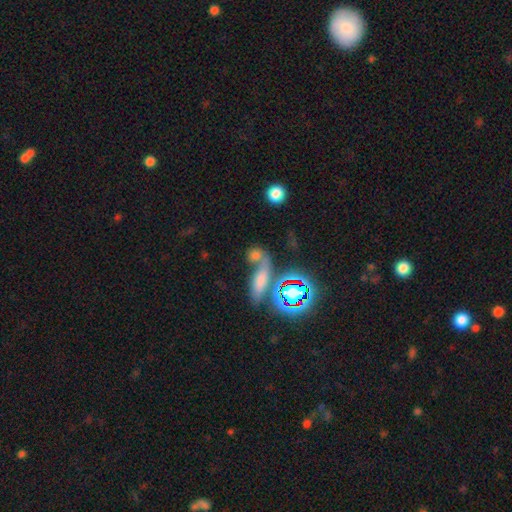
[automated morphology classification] This is likely a smooth galaxy (62%). How rounded: possibly in between (50%). Merging: marginally merger (43%).